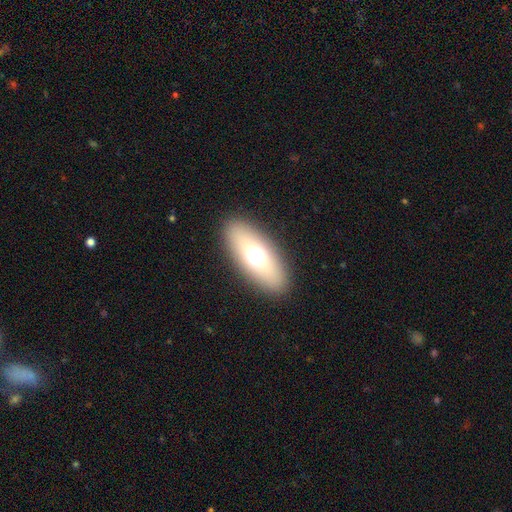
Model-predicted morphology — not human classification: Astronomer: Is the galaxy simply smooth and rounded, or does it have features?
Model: smooth — 60%.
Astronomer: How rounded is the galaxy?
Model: in between — 77%.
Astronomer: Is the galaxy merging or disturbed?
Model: none — 88%.